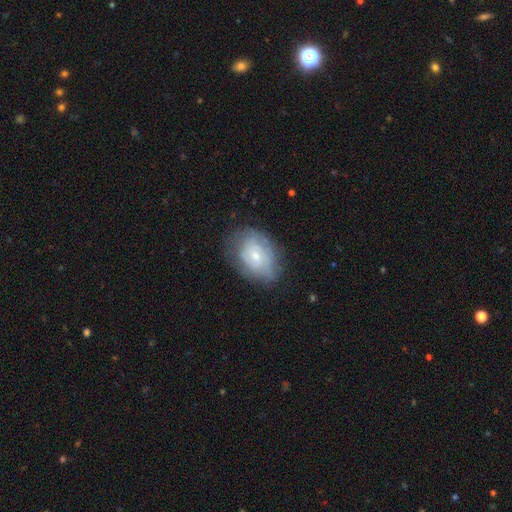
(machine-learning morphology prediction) This is possibly a featured or disk galaxy (57%). It is clearly not viewed edge-on (96%). Bar: likely no (62%). Spiral arm pattern: likely yes (70%). Central bulge: possibly small (55%). Merging: likely none (67%).